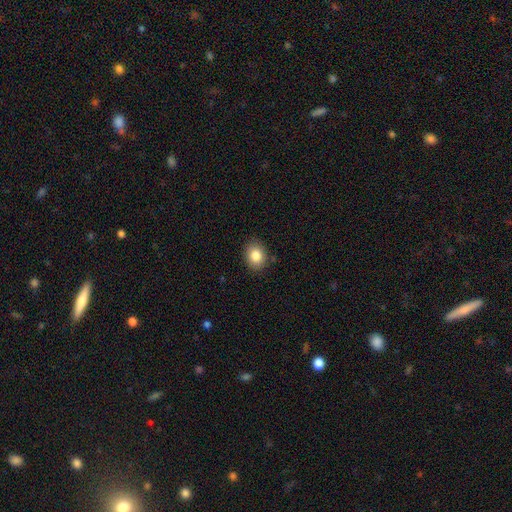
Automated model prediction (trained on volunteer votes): The model was most divided on "how rounded": round: 50%, in between: 49%, cigar-shaped: 1%. More confident: merging — none (87%); smooth or featured — smooth (84%).